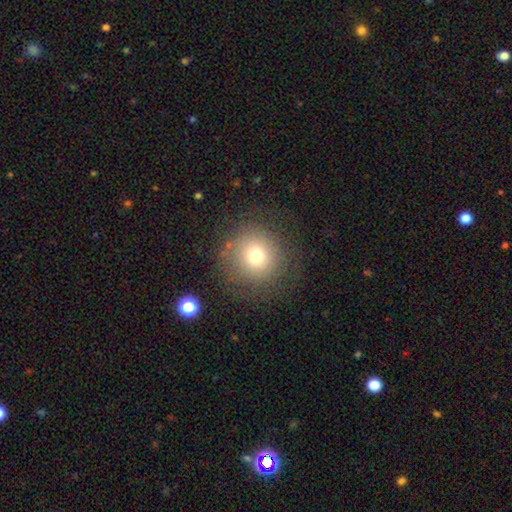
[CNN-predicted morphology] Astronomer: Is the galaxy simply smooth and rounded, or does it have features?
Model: smooth — 72%.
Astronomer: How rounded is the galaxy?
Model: round — 93%.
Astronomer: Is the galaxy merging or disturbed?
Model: none — 78%.